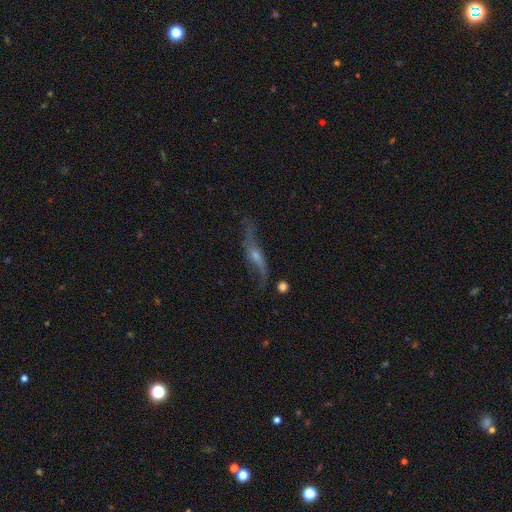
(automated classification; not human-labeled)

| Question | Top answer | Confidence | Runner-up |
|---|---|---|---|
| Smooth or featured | featured or disk | 75% | smooth (14%) |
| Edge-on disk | yes | 53% | no (47%) |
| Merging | none | 63% | minor disturbance (20%) |